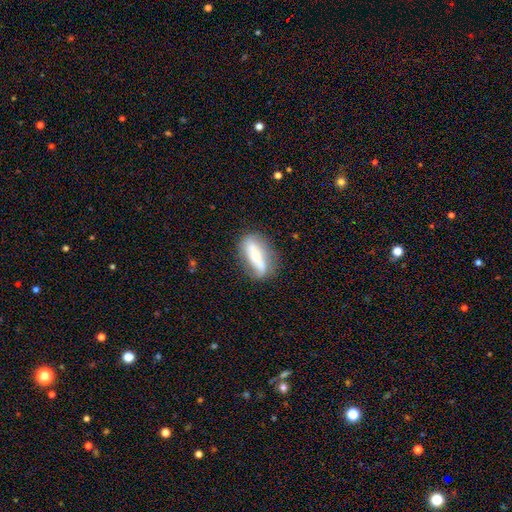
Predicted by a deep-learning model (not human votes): featured or disk 55%, smooth 37%, star or artifact 7%. Down the decision tree: edge-on disk — no (73%); merging — none (73%).